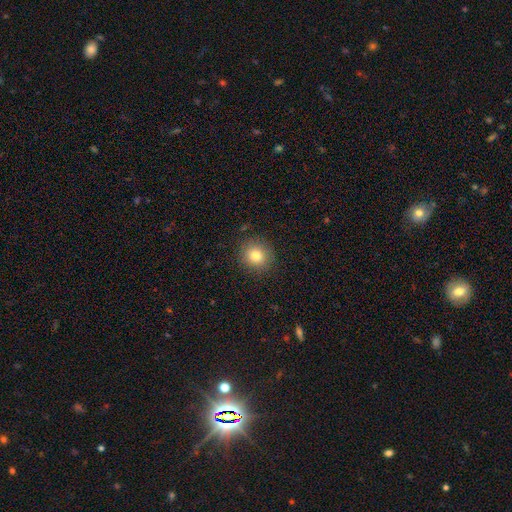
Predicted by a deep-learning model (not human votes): This appears to be a smooth galaxy with no disk features (80%) that is round (90%). Merging: none (89%).